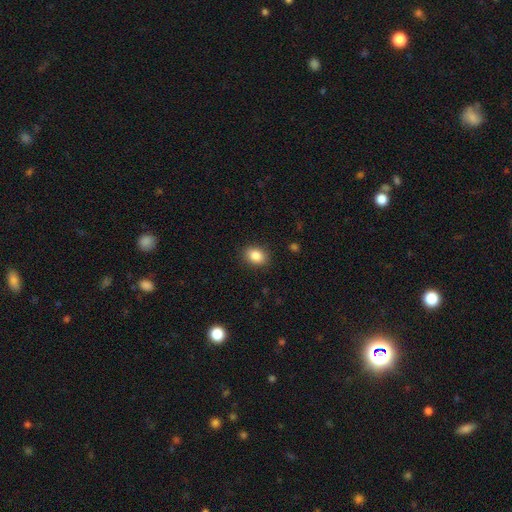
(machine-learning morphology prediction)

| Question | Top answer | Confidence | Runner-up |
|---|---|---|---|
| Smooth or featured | smooth | 86% | star or artifact (9%) |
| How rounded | in between | 72% | round (27%) |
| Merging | none | 88% | minor disturbance (8%) |